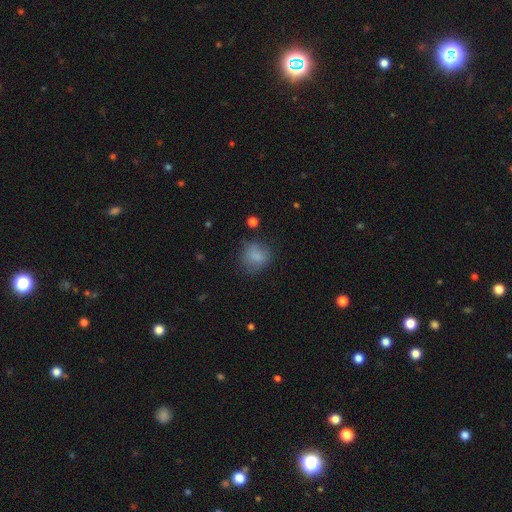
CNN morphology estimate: smooth-or-featured: smooth: 81% | star or artifact: 10% | featured or disk: 9%
  how-rounded: round: 75% | in between: 24% | cigar-shaped: 1%
  merging: none: 68% | minor disturbance: 22% | major disturbance: 8% | merger: 2%